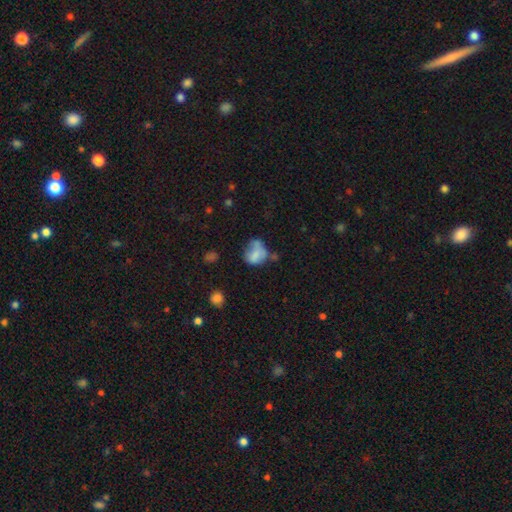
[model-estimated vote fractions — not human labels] Overall: smooth (65%). How rounded: round (50%; in between 49%). Merging: none (30%; minor disturbance 29%).